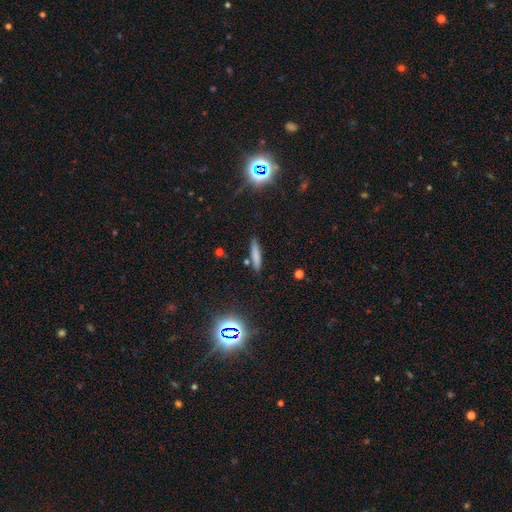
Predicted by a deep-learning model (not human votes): Smooth or featured: smooth — 75% (featured or disk — 14%)
How rounded: cigar-shaped — 85% (in between — 13%)
Merging: none — 85% (minor disturbance — 10%)